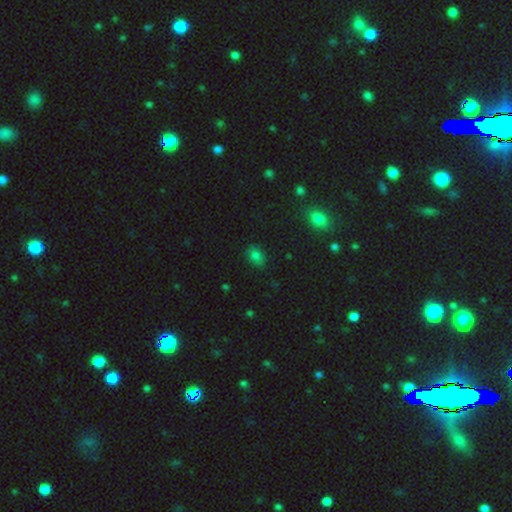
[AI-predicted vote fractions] Smooth or featured? Predicted: smooth (p=0.75). How rounded? Predicted: in between (p=0.66). Merging? Predicted: none (p=0.78).